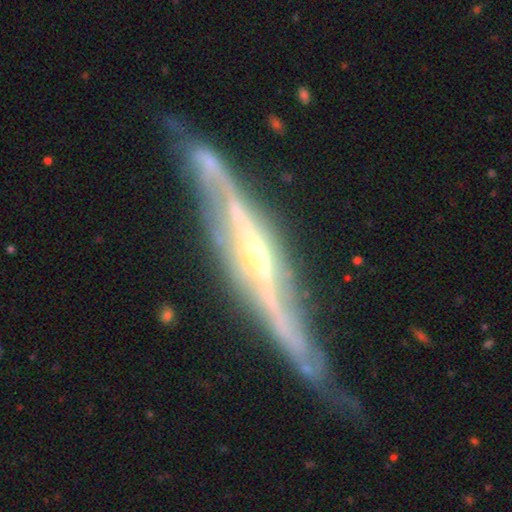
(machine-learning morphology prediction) type=featured or disk (89%); edge-on=yes (81%); edge-on bulge=rounded (63%); merging=none (64%).